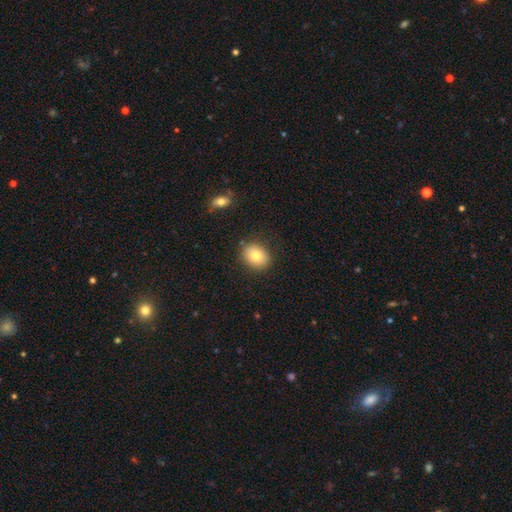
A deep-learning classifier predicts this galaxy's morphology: A smooth galaxy with no disk features (80%) that is in between round and cigar-shaped (51%). Merging: none (85%).